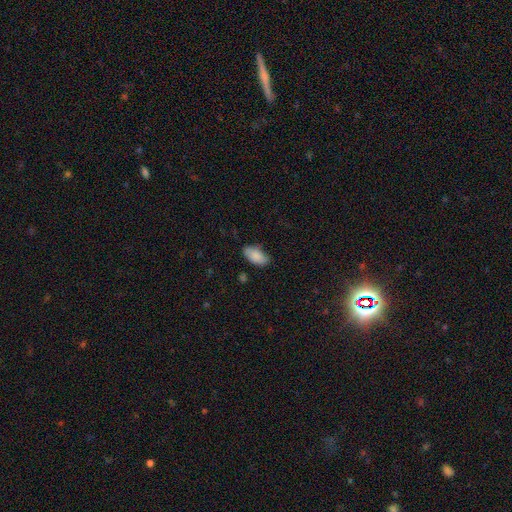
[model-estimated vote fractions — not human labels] smooth-or-featured: smooth: 87% | star or artifact: 7% | featured or disk: 7%
  how-rounded: in between: 93% | cigar-shaped: 3% | round: 3%
  merging: none: 73% | minor disturbance: 21% | major disturbance: 4% | merger: 2%